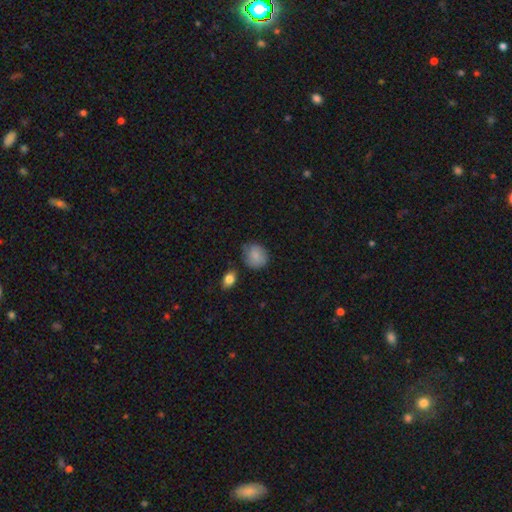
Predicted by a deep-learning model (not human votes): smooth 85%, star or artifact 8%, featured or disk 7%. Down the decision tree: how rounded — round (73%); merging — none (71%).